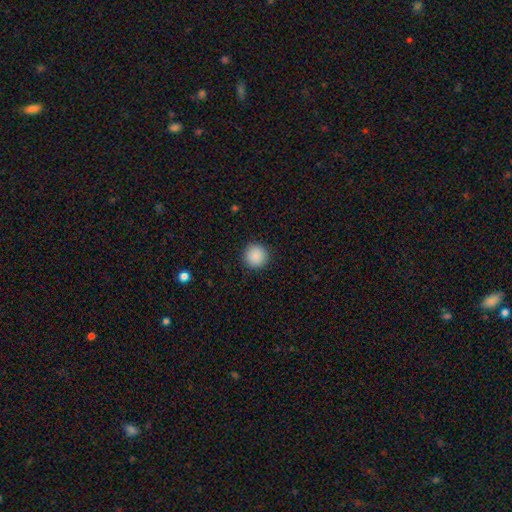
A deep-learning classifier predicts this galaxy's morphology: smooth-or-featured: smooth: 89% | star or artifact: 8% | featured or disk: 2%
  how-rounded: round: 95% | in between: 4% | cigar-shaped: 1%
  merging: none: 92% | minor disturbance: 5% | major disturbance: 2% | merger: 1%